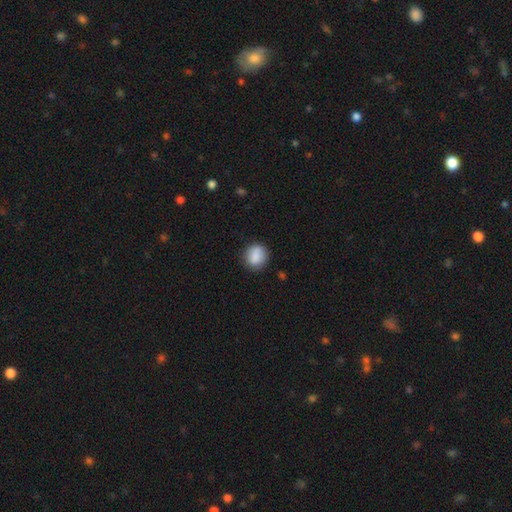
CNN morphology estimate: type=smooth (85%); roundness=round (74%); merging=none (81%).